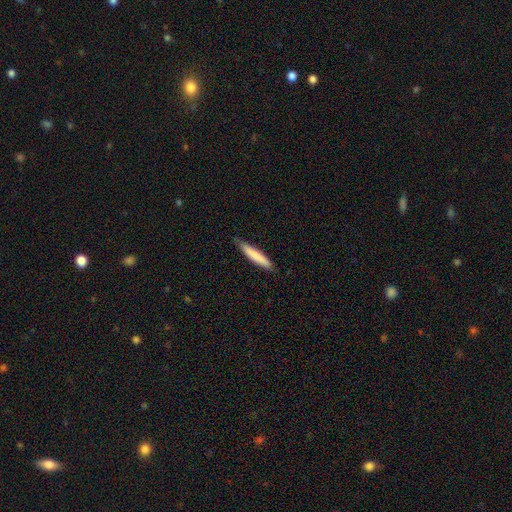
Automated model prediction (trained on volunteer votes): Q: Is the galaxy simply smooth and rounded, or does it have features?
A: smooth — 80%.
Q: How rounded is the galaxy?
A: cigar-shaped — 92%.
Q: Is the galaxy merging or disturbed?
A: none — 80%.